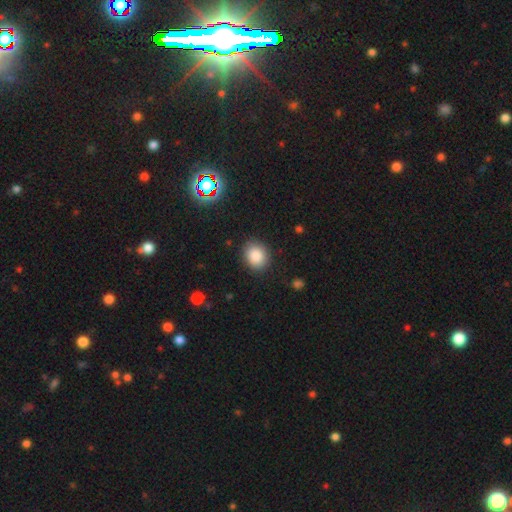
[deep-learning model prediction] The model was most divided on "how rounded": round: 64%, in between: 35%, cigar-shaped: 1%. More confident: merging — none (87%); smooth or featured — smooth (86%).